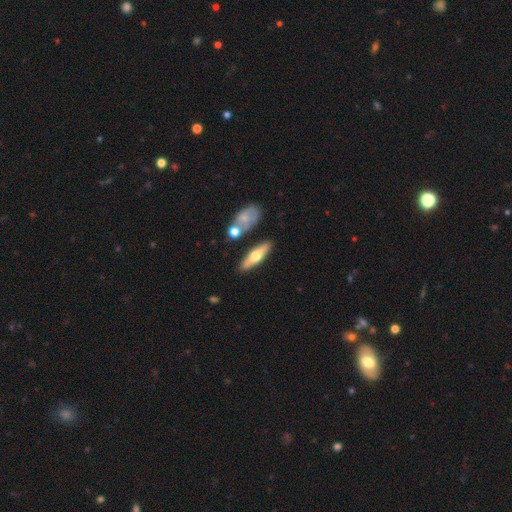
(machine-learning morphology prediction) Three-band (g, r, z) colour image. It shows a featured or disk galaxy (50%). Merging: none (80%).